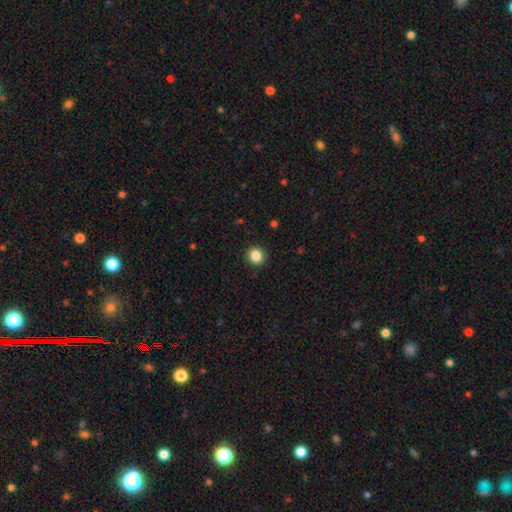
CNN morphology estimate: This appears to be a smooth galaxy with no disk features (86%) that is round (88%). Merging: none (91%).